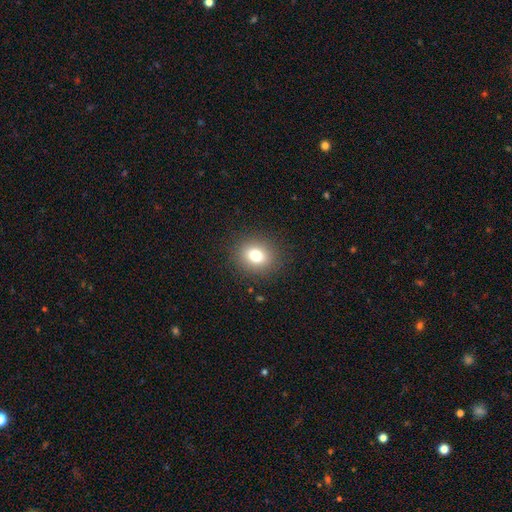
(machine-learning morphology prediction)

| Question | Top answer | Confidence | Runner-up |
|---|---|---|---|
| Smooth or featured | smooth | 77% | star or artifact (13%) |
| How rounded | round | 62% | in between (37%) |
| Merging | none | 88% | minor disturbance (8%) |